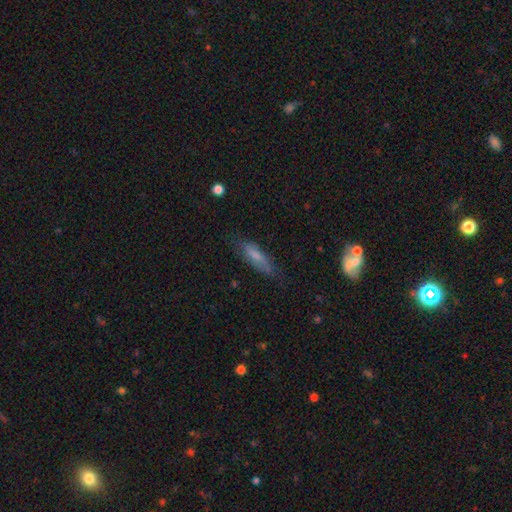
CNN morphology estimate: This is likely a smooth galaxy (64%). How rounded: possibly cigar-shaped (60%). Merging: likely none (72%).